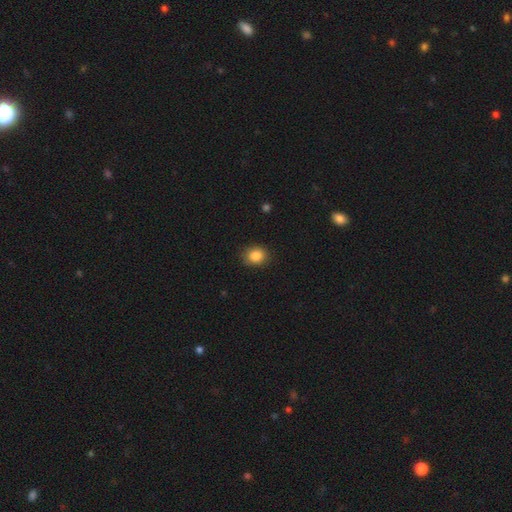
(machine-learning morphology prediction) Overall: smooth (86%). How rounded: round (61%; in between 38%). Merging: none (87%).